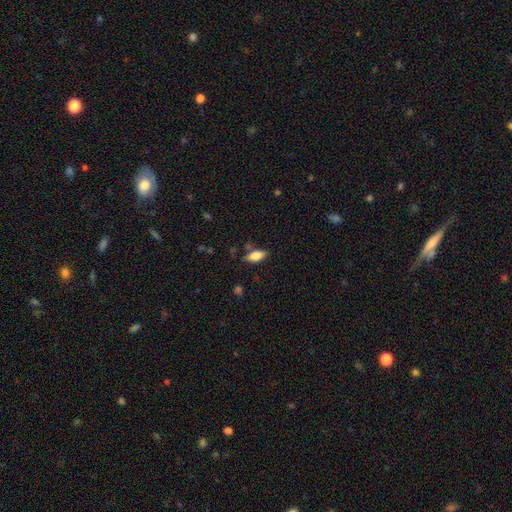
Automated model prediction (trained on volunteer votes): smooth-or-featured: smooth: 79% | featured or disk: 13% | star or artifact: 7%
  how-rounded: in between: 85% | cigar-shaped: 13% | round: 3%
  merging: none: 75% | minor disturbance: 16% | merger: 5% | major disturbance: 4%